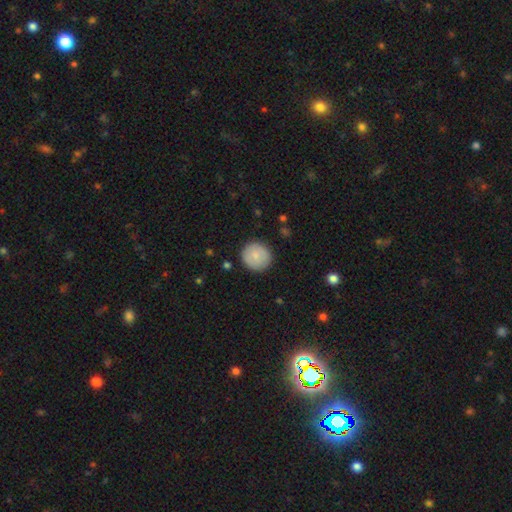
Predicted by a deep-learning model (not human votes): A smooth galaxy with no disk features (80%) that is round (94%). Merging: none (89%).